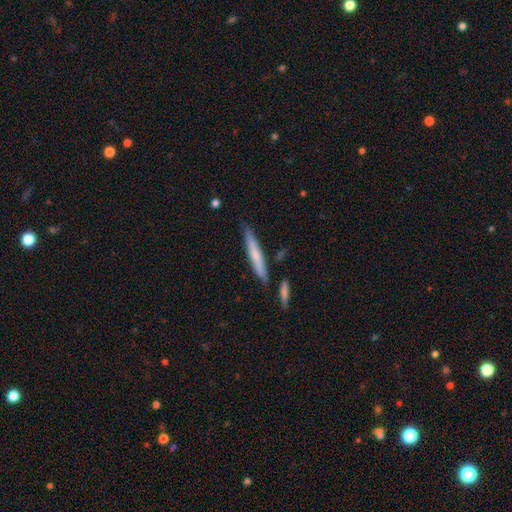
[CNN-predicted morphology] This appears to be a smooth galaxy with no disk features (59%) that is cigar-shaped (95%). Merging: none (82%).